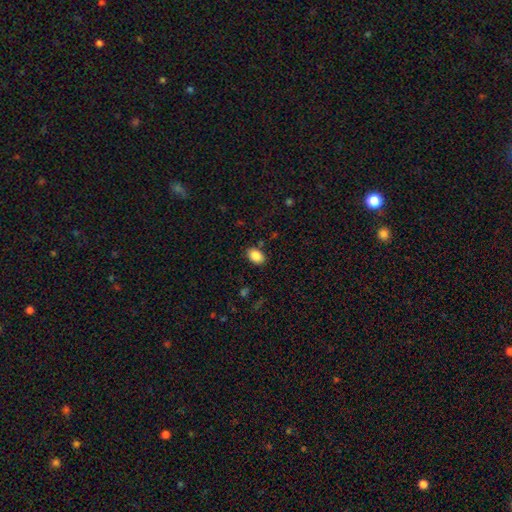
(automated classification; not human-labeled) Smooth or featured? smooth (87%)
How rounded? in between (82%)
Merging? none (85%)